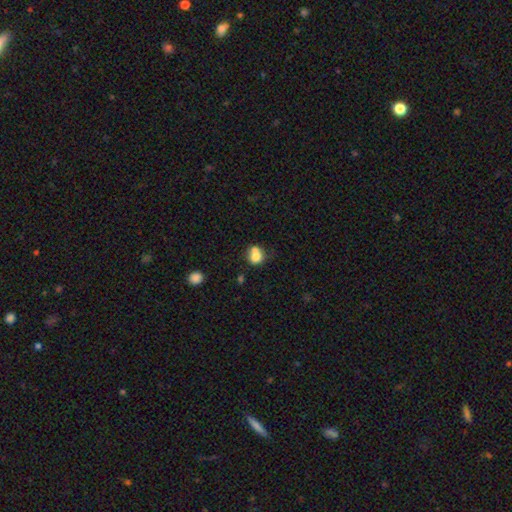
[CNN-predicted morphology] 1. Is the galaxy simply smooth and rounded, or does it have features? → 74% smooth, 15% featured or disk, 10% star or artifact.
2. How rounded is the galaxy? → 65% round, 34% in between, 1% cigar-shaped.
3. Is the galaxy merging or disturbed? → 48% merger, 33% none, 14% minor disturbance, 6% major disturbance.